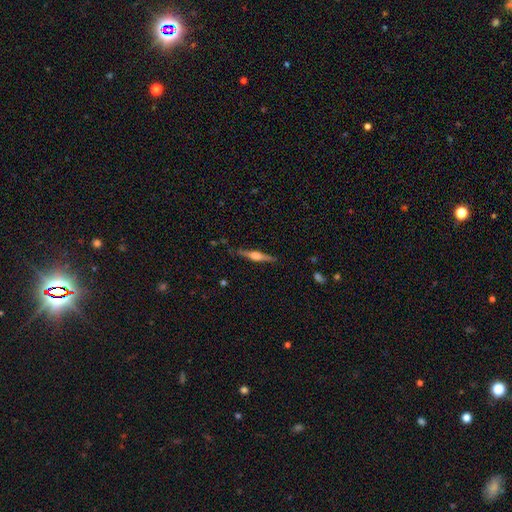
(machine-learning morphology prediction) A featured or disk galaxy (71%) viewed edge-on (98%) with a rounded central bulge (80%).

Vote fractions:
- Smooth or featured? featured or disk: 71% / smooth: 23% / star or artifact: 6%
- Edge-on disk? yes: 98% / no: 2%
- Edge-on bulge? rounded: 80% / boxy: 16% / none: 4%
- Merging? none: 86% / minor disturbance: 10% / major disturbance: 2% / merger: 2%